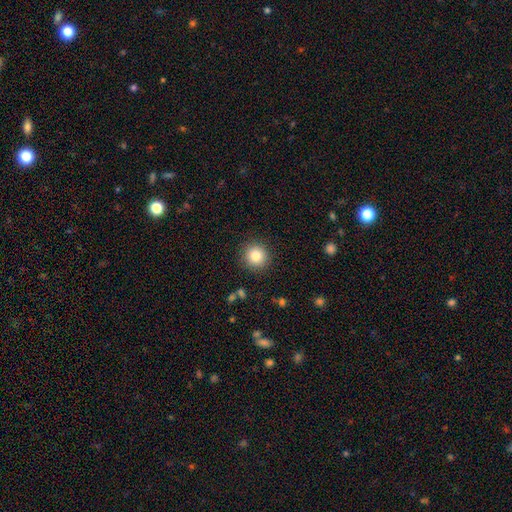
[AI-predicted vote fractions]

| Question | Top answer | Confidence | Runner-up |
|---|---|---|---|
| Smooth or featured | smooth | 83% | star or artifact (10%) |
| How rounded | round | 93% | in between (6%) |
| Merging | none | 90% | minor disturbance (7%) |